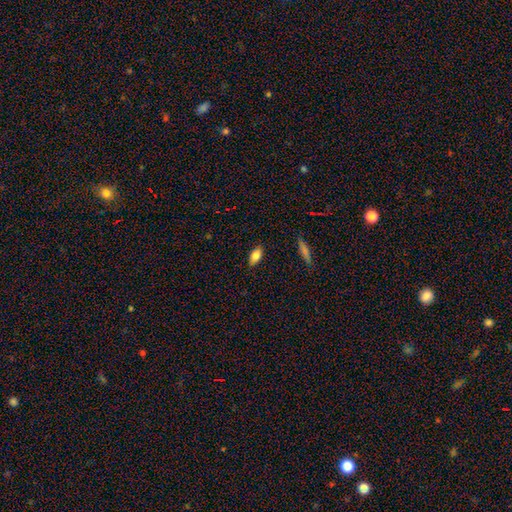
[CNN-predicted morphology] Smooth or featured? smooth (80%)
How rounded? in between (86%)
Merging? none (84%)